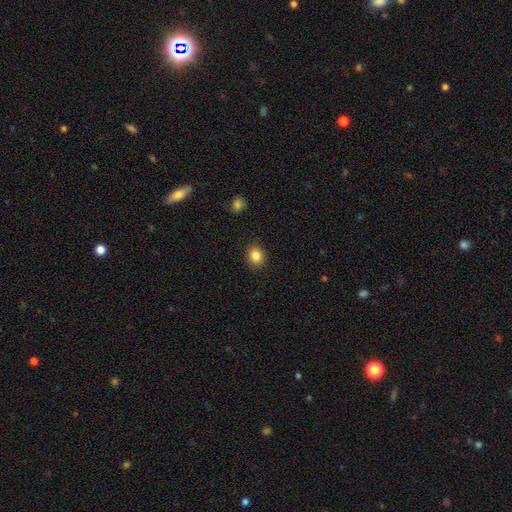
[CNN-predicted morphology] Overall: smooth (85%). How rounded: round (67%; in between 32%). Merging: none (90%).